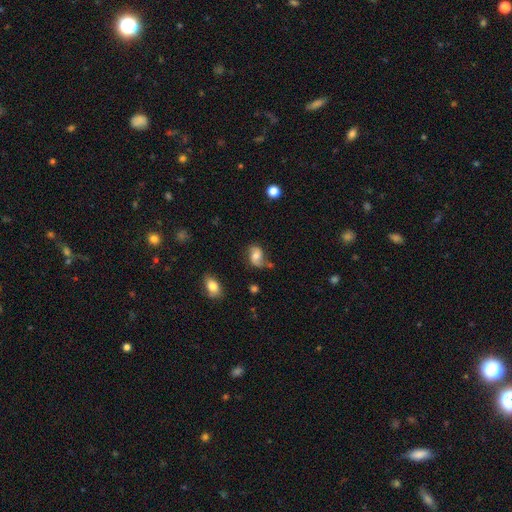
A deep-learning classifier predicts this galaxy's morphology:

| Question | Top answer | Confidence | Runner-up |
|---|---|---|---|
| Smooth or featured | featured or disk | 55% | smooth (36%) |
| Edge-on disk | no | 97% | yes (3%) |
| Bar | no | 61% | weak (31%) |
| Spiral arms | yes | 87% | no (13%) |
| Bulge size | moderate | 63% | small (21%) |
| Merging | none | 61% | minor disturbance (24%) |